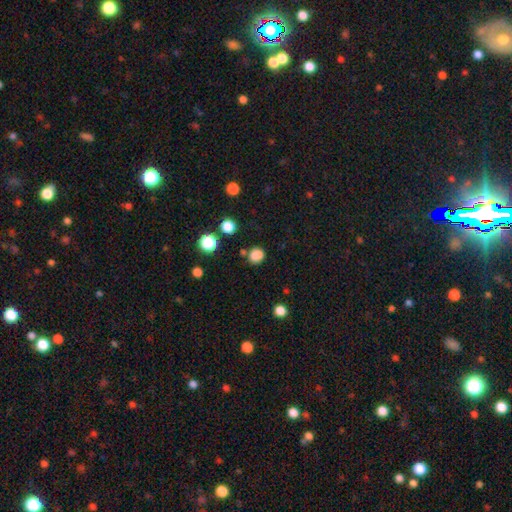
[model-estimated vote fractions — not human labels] This is clearly a smooth galaxy (83%). How rounded: likely round (76%). Merging: likely none (76%).